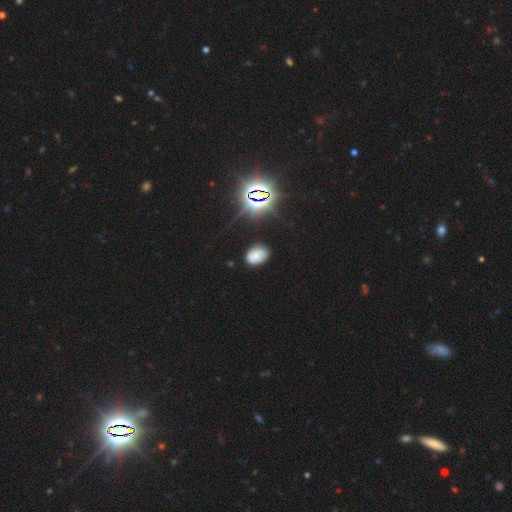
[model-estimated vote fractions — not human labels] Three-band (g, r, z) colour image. It shows a smooth galaxy with no disk features (59%) that is in between round and cigar-shaped (81%). Merging: none (76%).